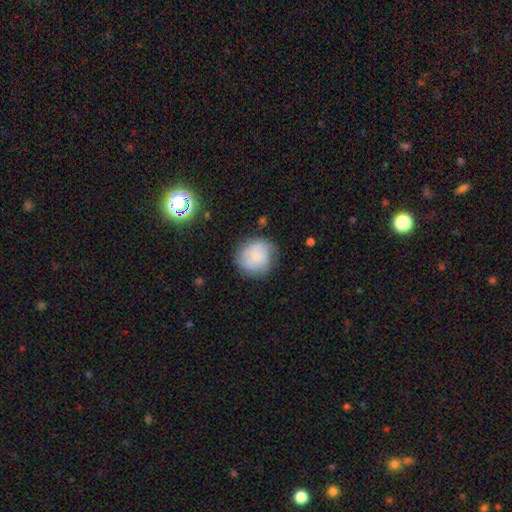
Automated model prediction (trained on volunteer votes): smooth-or-featured: smooth: 58% | featured or disk: 34% | star or artifact: 8%
  how-rounded: round: 88% | in between: 11% | cigar-shaped: 1%
  merging: none: 70% | minor disturbance: 20% | major disturbance: 8% | merger: 2%